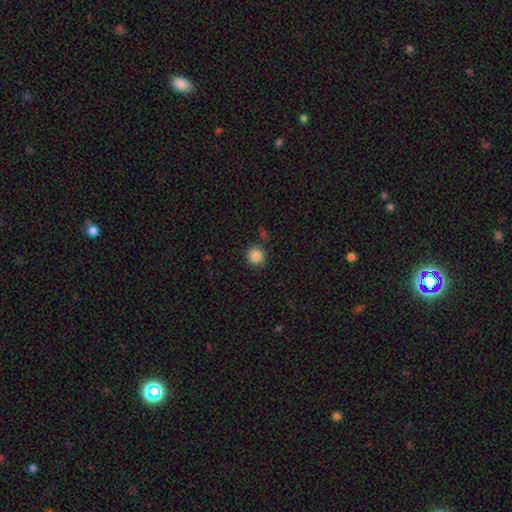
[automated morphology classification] This is clearly a smooth galaxy (86%). How rounded: clearly round (94%). Merging: clearly none (85%).